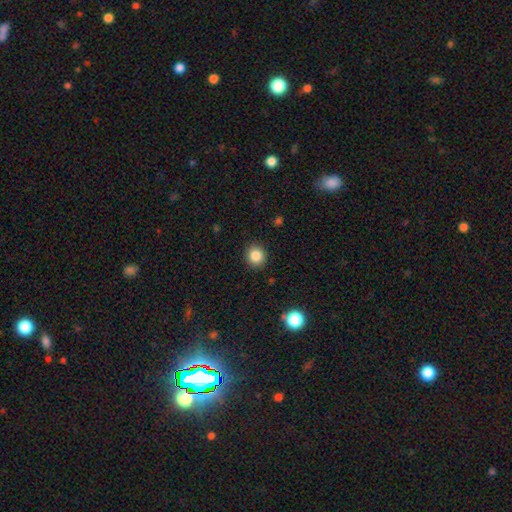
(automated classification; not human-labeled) The model was most divided on "smooth or featured": smooth: 85%, star or artifact: 10%, featured or disk: 4%. More confident: merging — none (91%); how rounded — round (90%).